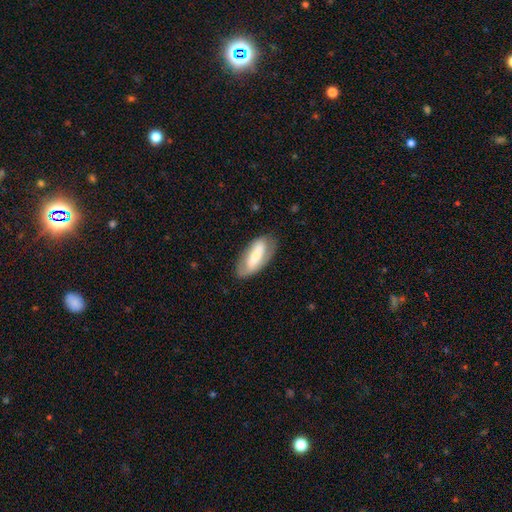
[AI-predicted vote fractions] smooth_or_featured: smooth (p=0.54) [alt: featured or disk p=0.40]
how_rounded: in between (p=0.80) [alt: cigar-shaped p=0.18]
merging: none (p=0.72) [alt: minor disturbance p=0.21]